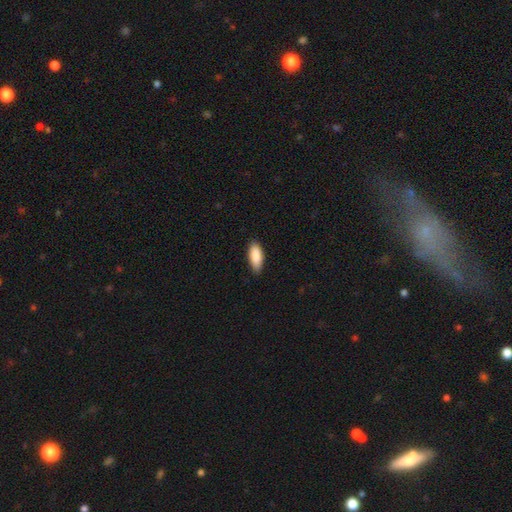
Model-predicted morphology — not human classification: This appears to be a smooth galaxy with no disk features (89%) that is in between round and cigar-shaped (79%). Merging: none (82%).